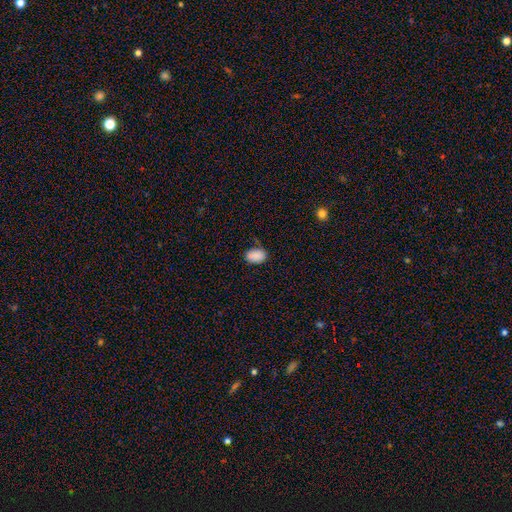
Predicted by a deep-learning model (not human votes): A smooth galaxy with no disk features (86%) that is in between round and cigar-shaped (81%).

Vote fractions:
- Smooth or featured? smooth: 86% / star or artifact: 9% / featured or disk: 5%
- How rounded? in between: 81% / round: 18% / cigar-shaped: 1%
- Merging? none: 69% / minor disturbance: 21% / merger: 5% / major disturbance: 4%